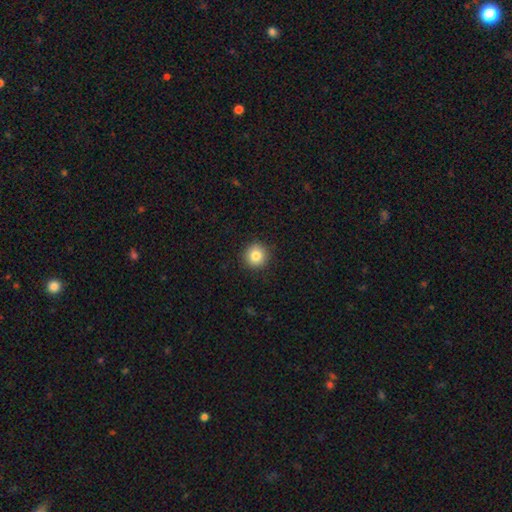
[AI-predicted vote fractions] smooth 83%, star or artifact 10%, featured or disk 7%. Down the decision tree: how rounded — round (94%); merging — none (92%).